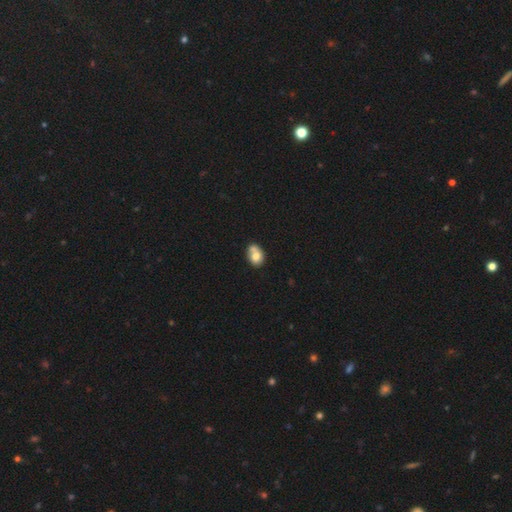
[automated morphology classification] smooth_or_featured: smooth (p=0.73) [alt: featured or disk p=0.18]
how_rounded: in between (p=0.51) [alt: round p=0.48]
merging: merger (p=0.49) [alt: none p=0.33]